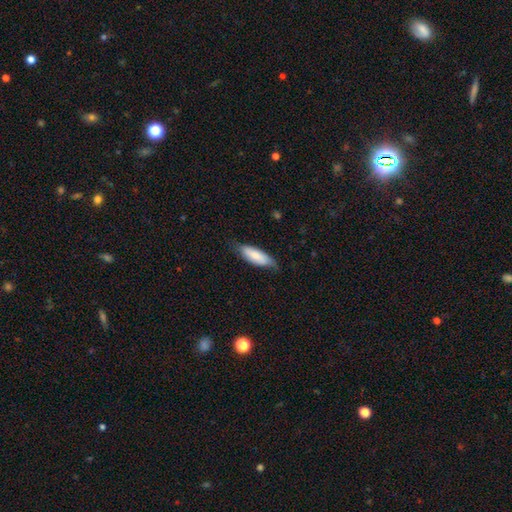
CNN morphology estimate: Smooth or featured? Predicted: smooth (p=0.75). How rounded? Predicted: in between (p=0.66). Merging? Predicted: none (p=0.67).